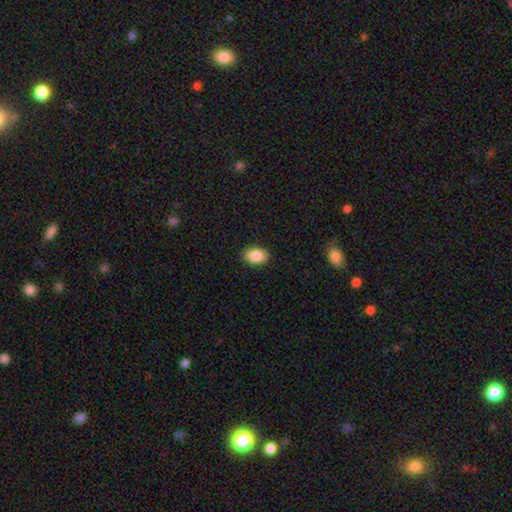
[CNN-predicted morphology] smooth 87%, star or artifact 8%, featured or disk 5%. Down the decision tree: how rounded — in between (86%); merging — none (89%).